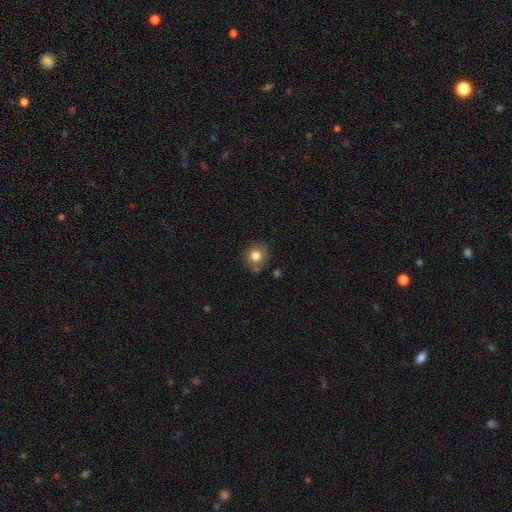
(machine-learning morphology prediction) Smooth or featured? smooth (80%)
How rounded? round (87%)
Merging? none (75%)